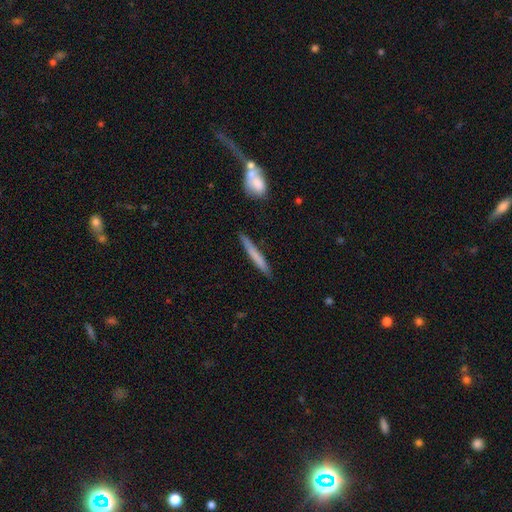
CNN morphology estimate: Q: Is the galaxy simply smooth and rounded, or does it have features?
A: smooth — 66%.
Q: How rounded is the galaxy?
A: cigar-shaped — 95%.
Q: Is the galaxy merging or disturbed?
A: none — 86%.